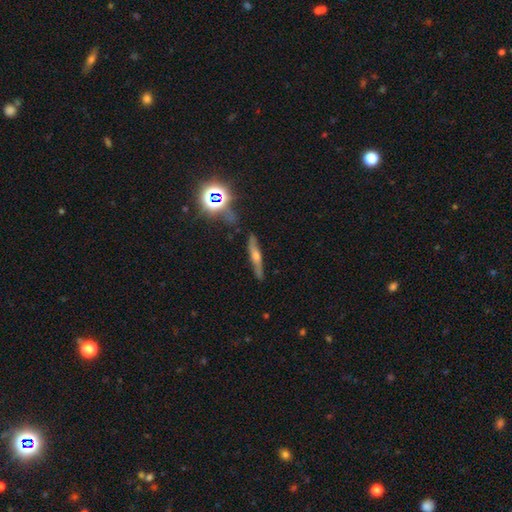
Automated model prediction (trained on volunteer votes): The model was most divided on "smooth or featured": featured or disk: 58%, smooth: 26%, star or artifact: 16%. More confident: edge-on disk — yes (87%); edge-on bulge — rounded (81%); merging — none (79%).